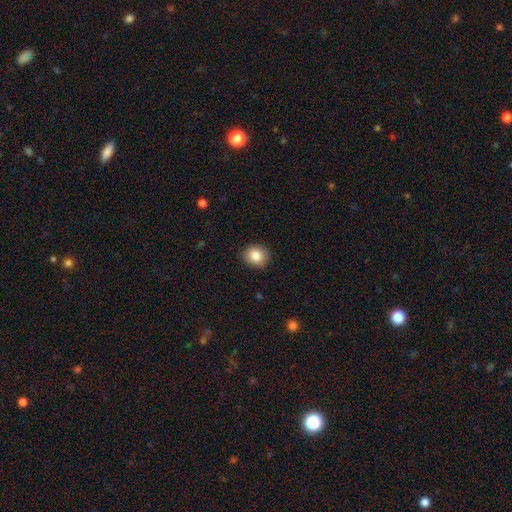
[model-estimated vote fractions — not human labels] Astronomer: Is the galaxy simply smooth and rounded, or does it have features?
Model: smooth — 85%.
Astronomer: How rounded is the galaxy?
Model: round — 72%.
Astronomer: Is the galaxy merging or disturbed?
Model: none — 87%.